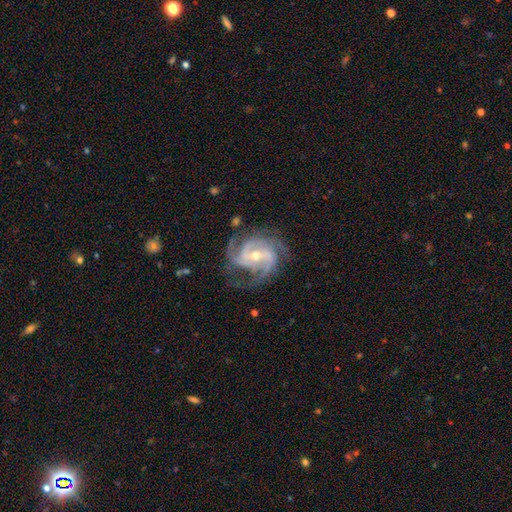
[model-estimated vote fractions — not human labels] Smooth or featured? Predicted: featured or disk (p=0.92). Edge-on disk? Predicted: no (p=0.98). Bar? Predicted: weak (p=0.42). Spiral arms? Predicted: yes (p=0.98). Spiral winding? Predicted: medium (p=0.49). Spiral arm count? Predicted: 3 (p=0.49). Bulge size? Predicted: small (p=0.51). Merging? Predicted: none (p=0.69).